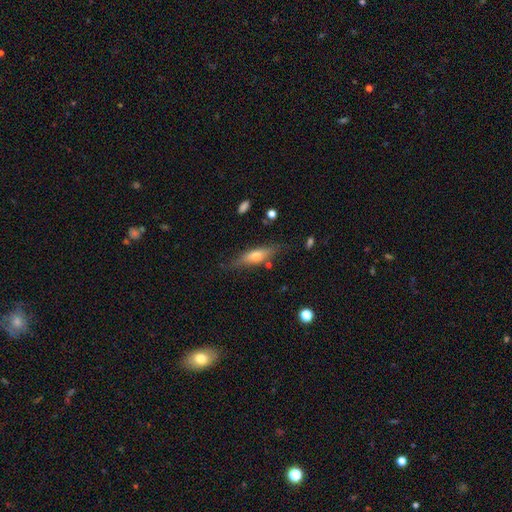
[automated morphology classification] Overall: smooth (50%; featured or disk 42%). How rounded: cigar-shaped (56%; in between 41%). Merging: none (75%).